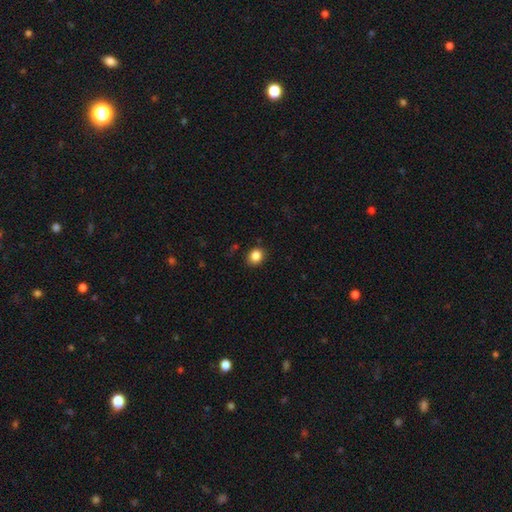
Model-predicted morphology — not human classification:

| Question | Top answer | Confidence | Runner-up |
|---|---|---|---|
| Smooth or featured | smooth | 85% | star or artifact (10%) |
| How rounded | round | 60% | in between (39%) |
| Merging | none | 86% | minor disturbance (10%) |